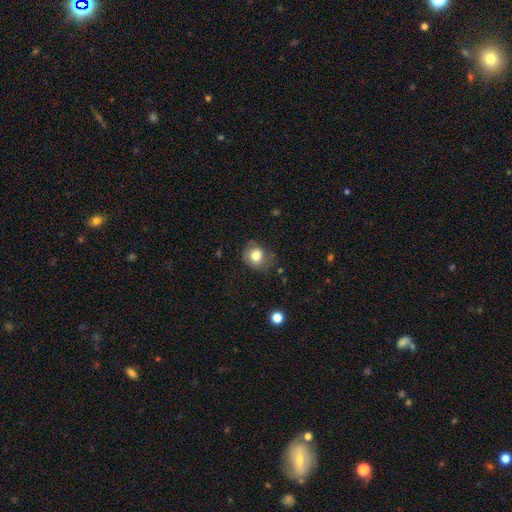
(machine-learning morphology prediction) smooth-or-featured: smooth: 79% | featured or disk: 11% | star or artifact: 9%
  how-rounded: round: 72% | in between: 27% | cigar-shaped: 1%
  merging: none: 63% | minor disturbance: 26% | major disturbance: 9% | merger: 2%